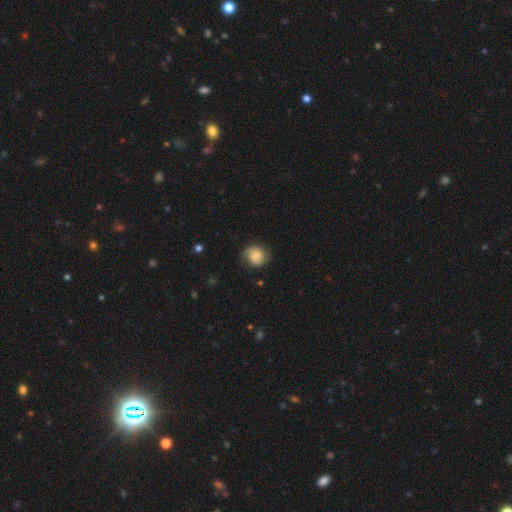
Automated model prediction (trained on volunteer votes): Overall: featured or disk (60%; smooth 32%). Edge-on disk: no (98%). Bar: no (61%; weak 32%). Spiral arms: yes (93%). Spiral arm count: 2 (86%). Spiral winding: medium (45%; tight 34%). Bulge size: small (45%; moderate 36%). Merging: none (75%).